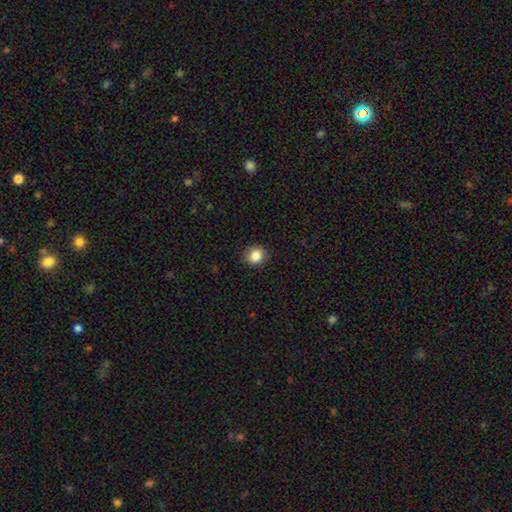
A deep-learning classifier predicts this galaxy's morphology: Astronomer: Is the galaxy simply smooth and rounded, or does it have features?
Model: smooth — 86%.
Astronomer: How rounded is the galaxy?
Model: round — 80%.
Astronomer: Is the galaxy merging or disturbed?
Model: none — 89%.